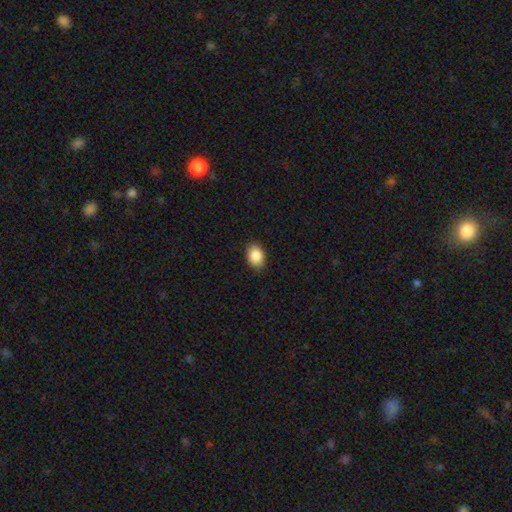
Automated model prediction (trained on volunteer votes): smooth-or-featured: smooth: 88% | star or artifact: 8% | featured or disk: 4%
  how-rounded: in between: 73% | round: 26% | cigar-shaped: 1%
  merging: none: 87% | minor disturbance: 10% | major disturbance: 2% | merger: 1%